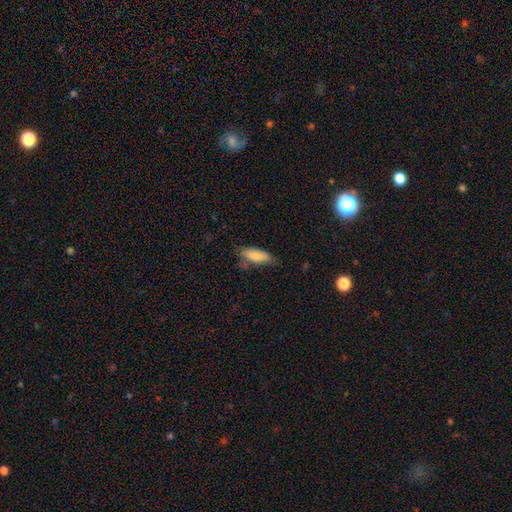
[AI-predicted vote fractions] This appears to be a smooth galaxy with no disk features (83%) that is in between round and cigar-shaped (70%). Merging: none (58%).